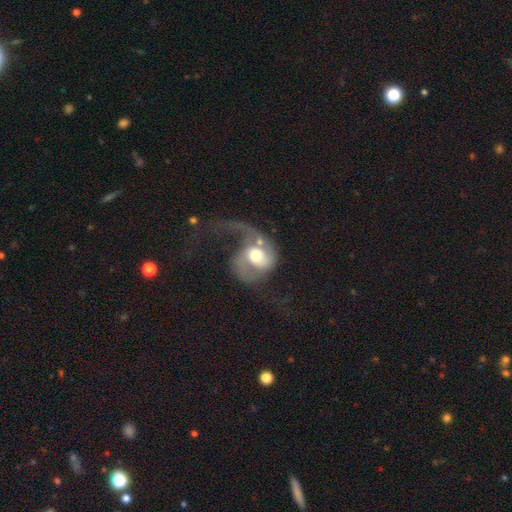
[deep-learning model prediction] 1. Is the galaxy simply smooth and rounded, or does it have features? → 73% featured or disk, 21% smooth, 6% star or artifact.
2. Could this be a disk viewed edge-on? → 97% no, 3% yes.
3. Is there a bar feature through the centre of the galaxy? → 65% no, 27% weak, 7% strong.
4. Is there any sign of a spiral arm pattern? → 89% yes, 11% no.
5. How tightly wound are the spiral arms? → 58% loose, 32% medium, 10% tight.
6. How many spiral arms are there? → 49% 1, 42% 2, 5% can't tell, 2% 3, 1% 4, 1% more than 4.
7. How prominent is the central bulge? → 60% moderate, 28% large, 6% small, 4% dominant, 1% none.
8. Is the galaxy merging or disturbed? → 54% major disturbance, 23% none, 13% minor disturbance, 9% merger.